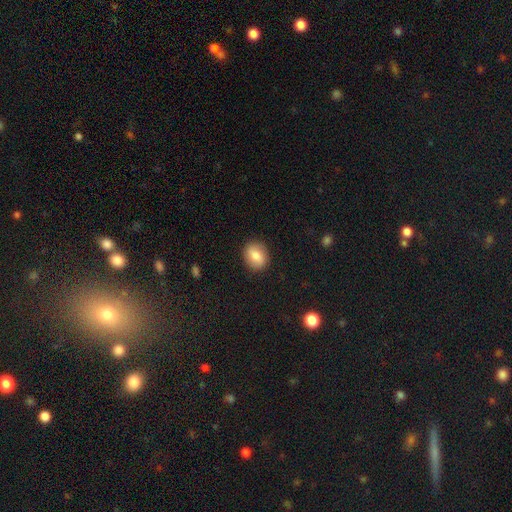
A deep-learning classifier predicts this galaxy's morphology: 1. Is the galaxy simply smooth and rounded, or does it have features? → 82% smooth, 10% featured or disk, 8% star or artifact.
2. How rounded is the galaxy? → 58% round, 41% in between, 1% cigar-shaped.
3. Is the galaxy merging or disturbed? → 88% none, 8% minor disturbance, 2% major disturbance, 1% merger.